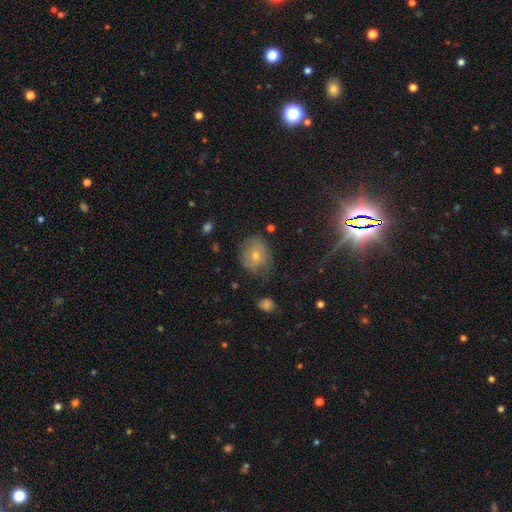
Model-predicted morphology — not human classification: type=smooth (37%); merging=none (66%).